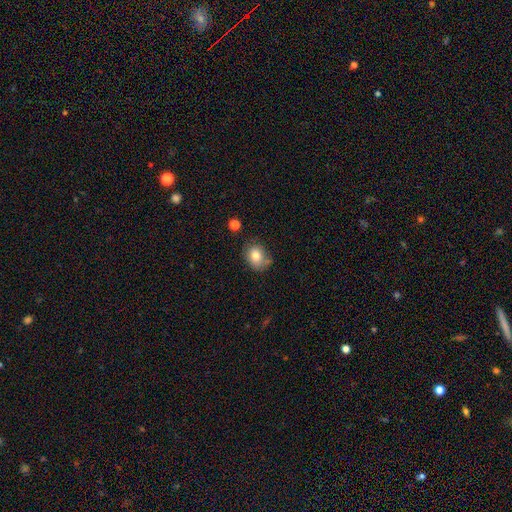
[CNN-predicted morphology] Q: Smooth or featured?
A: smooth (80%); runner-up: featured or disk (11%)
Q: How rounded?
A: round (50%); runner-up: in between (49%)
Q: Merging?
A: none (64%); runner-up: minor disturbance (25%)